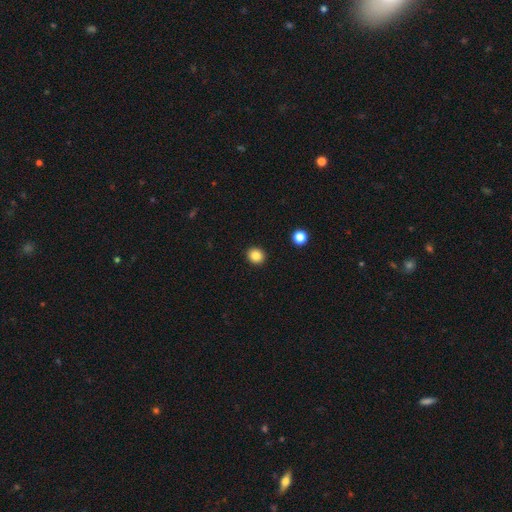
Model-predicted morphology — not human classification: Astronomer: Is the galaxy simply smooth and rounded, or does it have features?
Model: smooth — 85%.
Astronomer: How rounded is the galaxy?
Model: round — 83%.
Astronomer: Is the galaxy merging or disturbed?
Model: none — 92%.